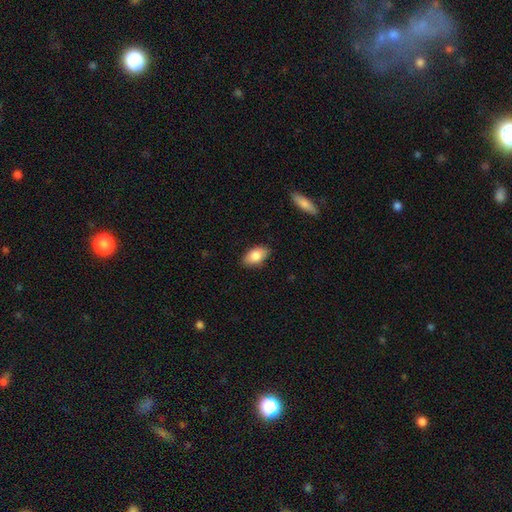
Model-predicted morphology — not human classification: The model was most divided on "smooth or featured": smooth: 82%, featured or disk: 11%, star or artifact: 7%. More confident: how rounded — in between (92%); merging — none (86%).